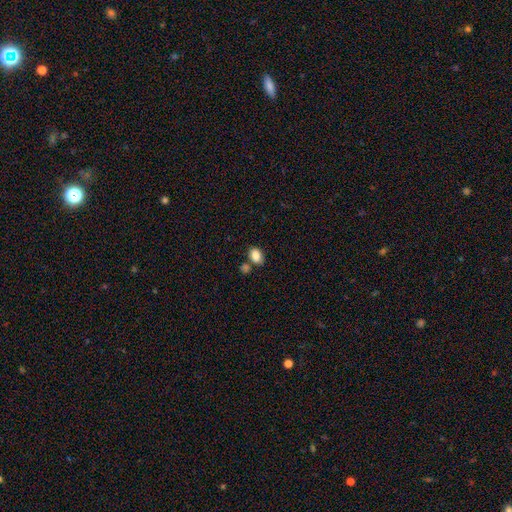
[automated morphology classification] This is clearly a smooth galaxy (86%). How rounded: likely in between (79%). Merging: likely none (62%).